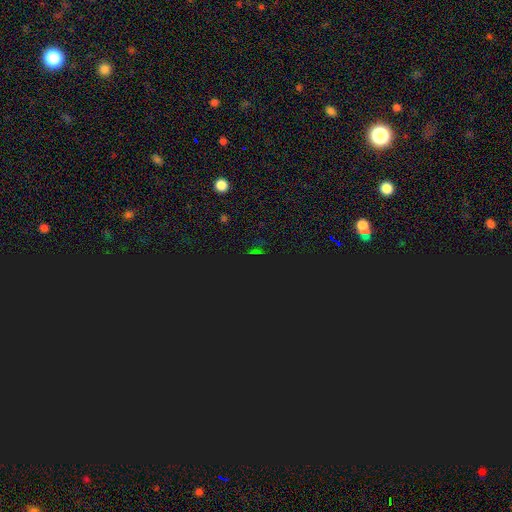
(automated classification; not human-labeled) star or artifact 78%, smooth 15%, featured or disk 7%.